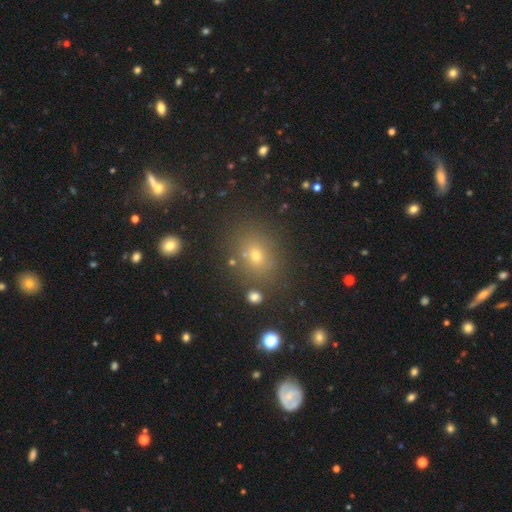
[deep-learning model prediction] smooth-or-featured: smooth: 64% | star or artifact: 25% | featured or disk: 11%
  how-rounded: round: 61% | in between: 38% | cigar-shaped: 1%
  merging: none: 80% | minor disturbance: 10% | merger: 6% | major disturbance: 4%